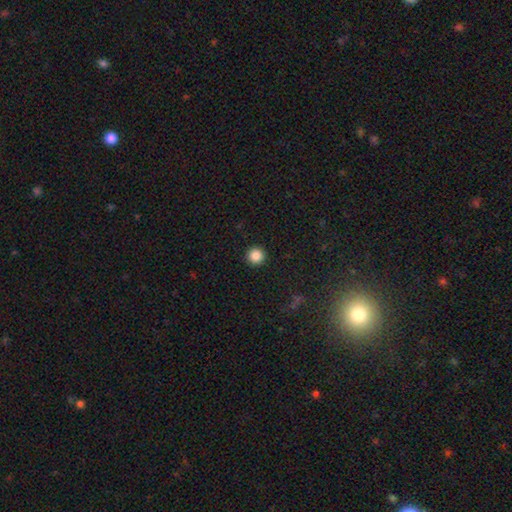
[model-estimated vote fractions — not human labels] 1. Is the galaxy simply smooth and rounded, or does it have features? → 86% smooth, 11% star or artifact, 3% featured or disk.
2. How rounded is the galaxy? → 96% round, 3% in between, 1% cigar-shaped.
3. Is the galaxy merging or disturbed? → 94% none, 4% minor disturbance, 2% major disturbance, 1% merger.